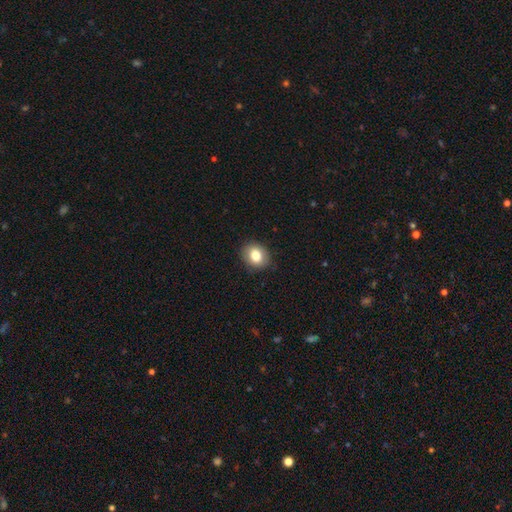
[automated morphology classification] smooth-or-featured: smooth: 82% | featured or disk: 9% | star or artifact: 9%
  how-rounded: round: 58% | in between: 41% | cigar-shaped: 1%
  merging: none: 87% | minor disturbance: 9% | major disturbance: 2% | merger: 1%